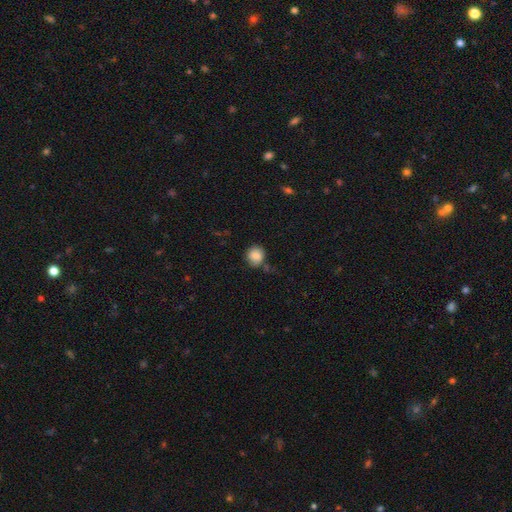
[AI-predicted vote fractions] A smooth galaxy with no disk features (84%) that is round (87%).

Vote fractions:
- Smooth or featured? smooth: 84% / star or artifact: 9% / featured or disk: 7%
- How rounded? round: 87% / in between: 12% / cigar-shaped: 1%
- Merging? none: 71% / minor disturbance: 19% / merger: 5% / major disturbance: 5%